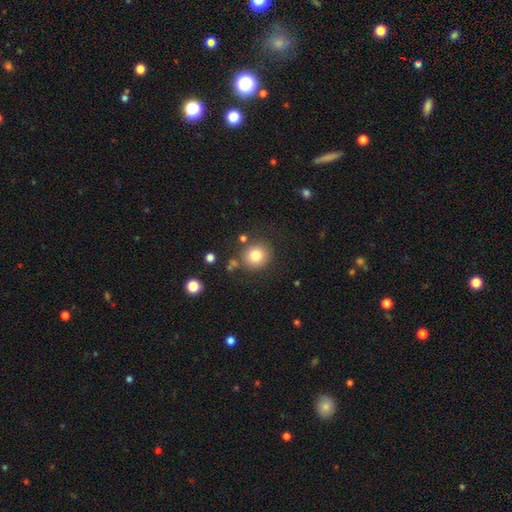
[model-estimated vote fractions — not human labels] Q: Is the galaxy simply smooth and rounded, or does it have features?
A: smooth — 80%.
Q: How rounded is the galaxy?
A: round — 89%.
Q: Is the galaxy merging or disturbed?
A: none — 82%.